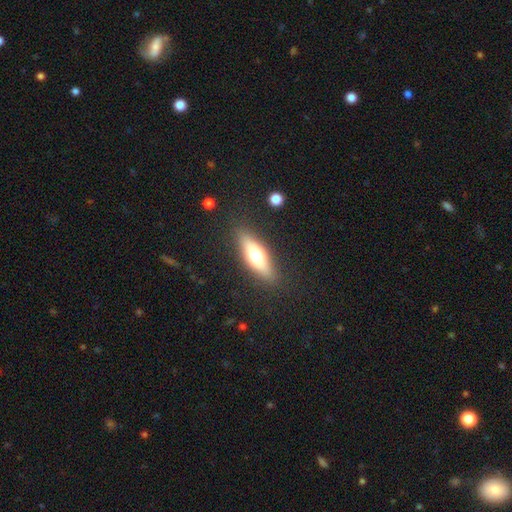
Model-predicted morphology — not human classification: Smooth or featured: smooth — 54% (featured or disk — 39%)
How rounded: in between — 48% (tied with cigar-shaped — 48%)
Merging: none — 85% (minor disturbance — 10%)